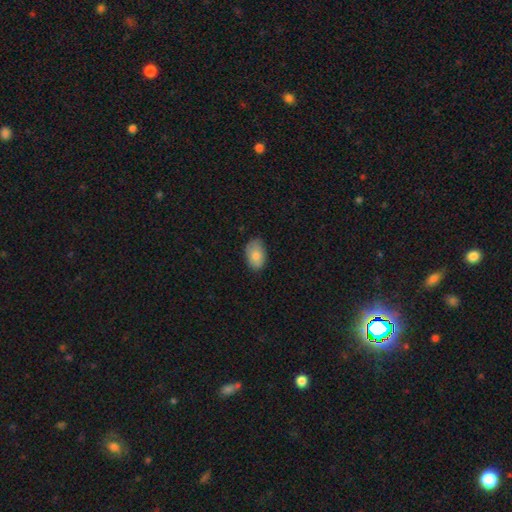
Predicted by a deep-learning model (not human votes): A smooth galaxy with no disk features (82%) that is in between round and cigar-shaped (90%). Merging: none (80%).